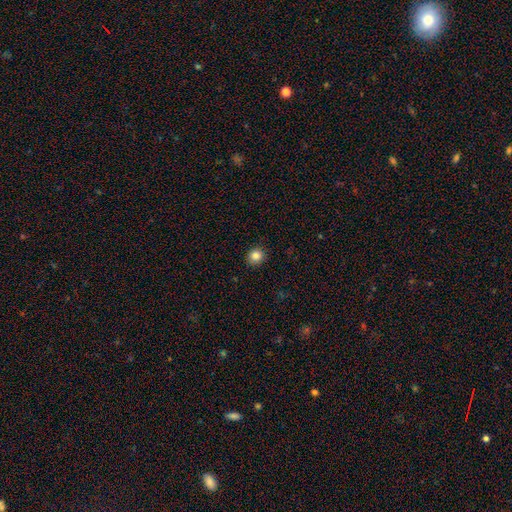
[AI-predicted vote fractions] Overall: smooth (84%). How rounded: round (87%). Merging: none (92%).